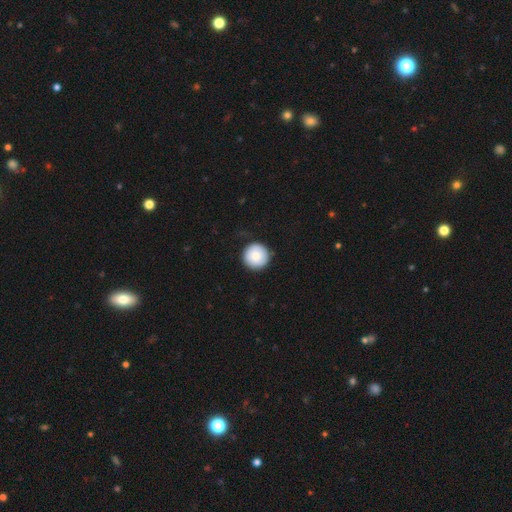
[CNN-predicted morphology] Smooth or featured? smooth (83%)
How rounded? round (96%)
Merging? none (86%)